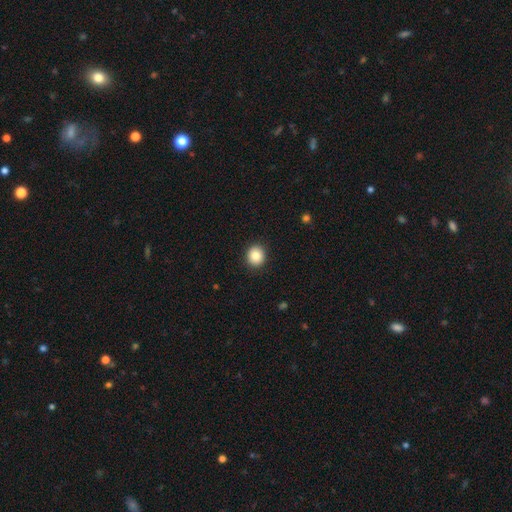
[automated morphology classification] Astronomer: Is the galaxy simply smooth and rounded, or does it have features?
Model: smooth — 84%.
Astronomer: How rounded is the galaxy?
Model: round — 83%.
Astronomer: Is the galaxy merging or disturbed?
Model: none — 91%.